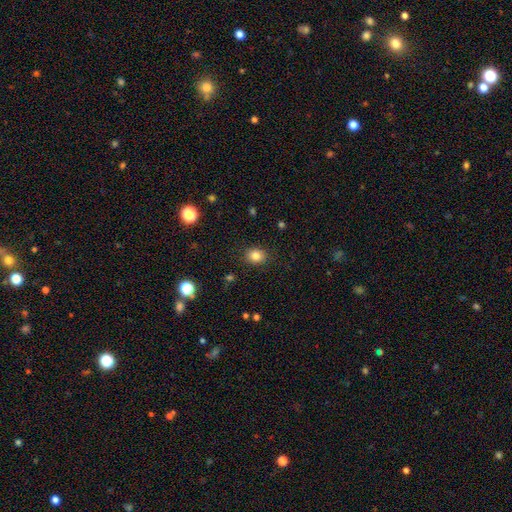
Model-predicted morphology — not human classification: Smooth or featured? Predicted: smooth (p=0.83). How rounded? Predicted: round (p=0.58). Merging? Predicted: none (p=0.88).